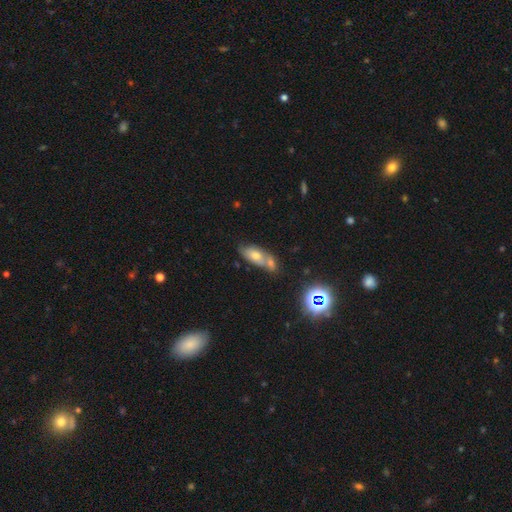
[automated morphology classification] Smooth or featured: smooth — 56% (featured or disk — 29%)
How rounded: in between — 81% (cigar-shaped — 12%)
Merging: merger — 49% (none — 33%)